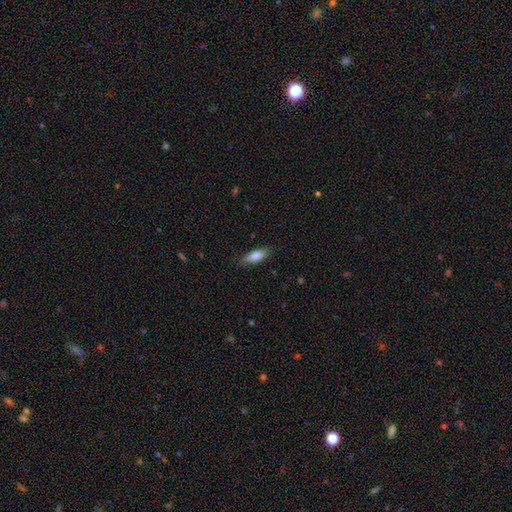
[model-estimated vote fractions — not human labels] A smooth galaxy with no disk features (82%) that is in between round and cigar-shaped (66%). Merging: none (85%).